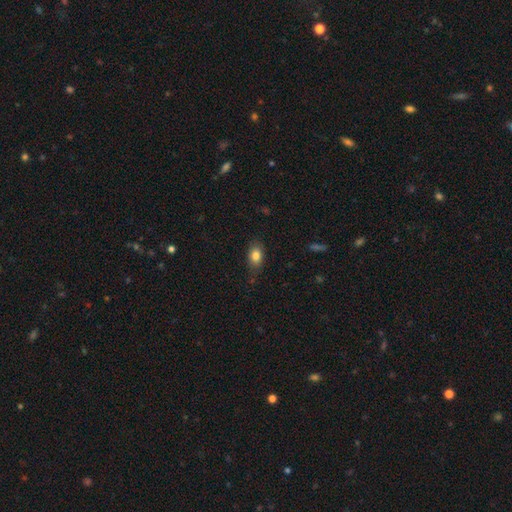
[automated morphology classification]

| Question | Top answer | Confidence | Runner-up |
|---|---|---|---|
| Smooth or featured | smooth | 82% | featured or disk (9%) |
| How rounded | in between | 82% | round (15%) |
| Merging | none | 75% | minor disturbance (19%) |